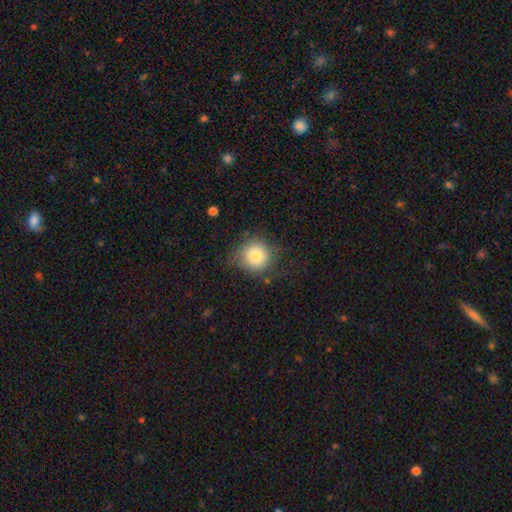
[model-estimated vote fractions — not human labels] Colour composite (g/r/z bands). It shows a smooth galaxy with no disk features (81%) that is round (92%). Merging: none (75%).